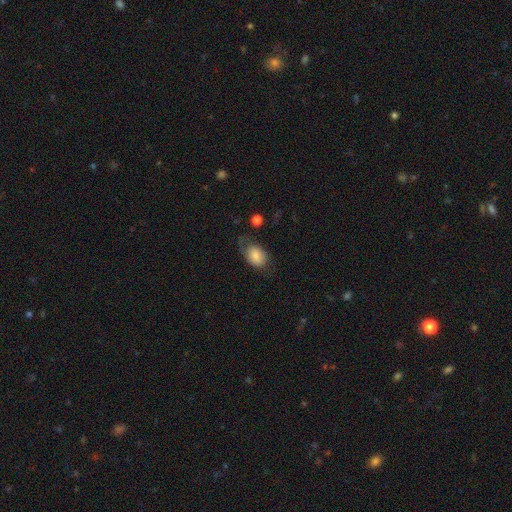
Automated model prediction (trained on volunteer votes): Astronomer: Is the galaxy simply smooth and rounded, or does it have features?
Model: smooth — 75%.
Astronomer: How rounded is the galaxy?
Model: in between — 80%.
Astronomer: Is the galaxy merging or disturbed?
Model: none — 43% (runner-up: minor disturbance, 30%).